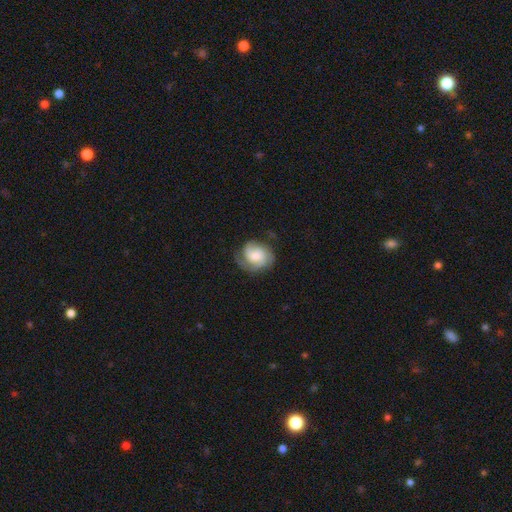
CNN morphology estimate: A featured or disk galaxy (68%) with no bar (65%), 2 (40%) tight (49%) spiral arms (94%) and a moderate central bulge (44%). Merging: none (65%).